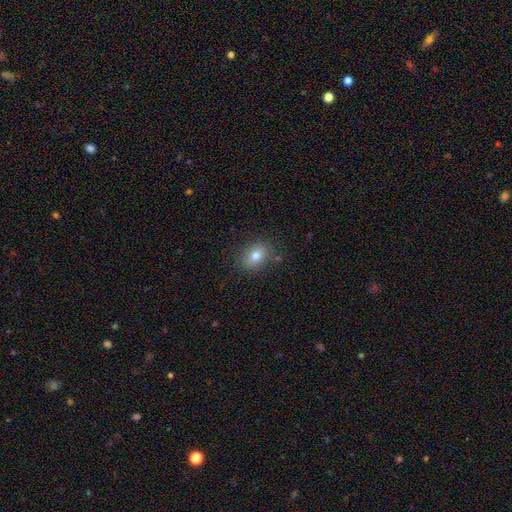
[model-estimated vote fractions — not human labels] Q: Smooth or featured?
A: smooth (76%); runner-up: featured or disk (14%)
Q: How rounded?
A: in between (70%); runner-up: round (28%)
Q: Merging?
A: none (82%); runner-up: minor disturbance (13%)